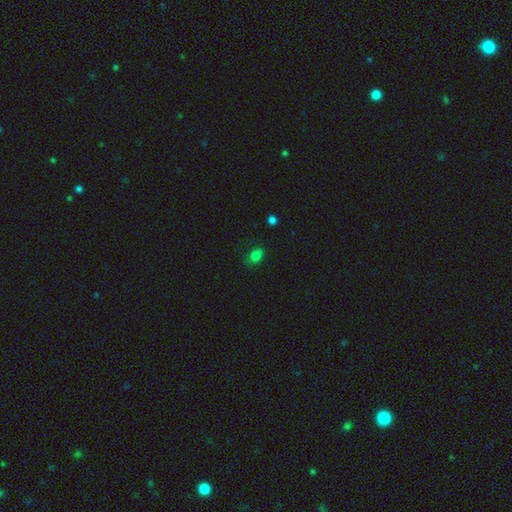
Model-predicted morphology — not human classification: This is likely a smooth galaxy (78%). How rounded: possibly in between (57%). Merging: likely none (68%).